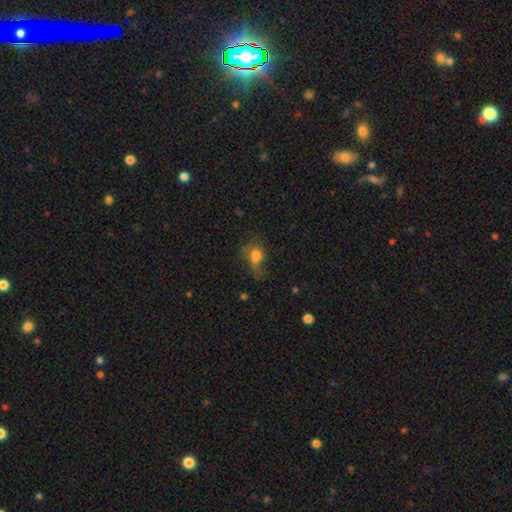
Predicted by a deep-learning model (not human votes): The model was most divided on "how rounded": in between: 51%, round: 46%, cigar-shaped: 3%. Remaining: smooth or featured — smooth (67%); merging — major disturbance (44%).